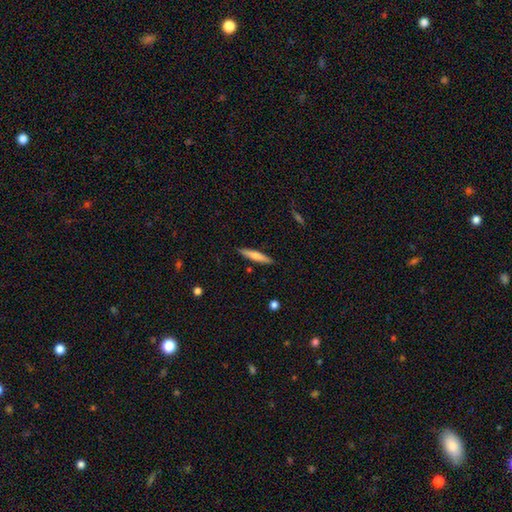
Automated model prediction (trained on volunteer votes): A smooth galaxy with no disk features (64%) that is cigar-shaped (90%). Merging: none (89%).